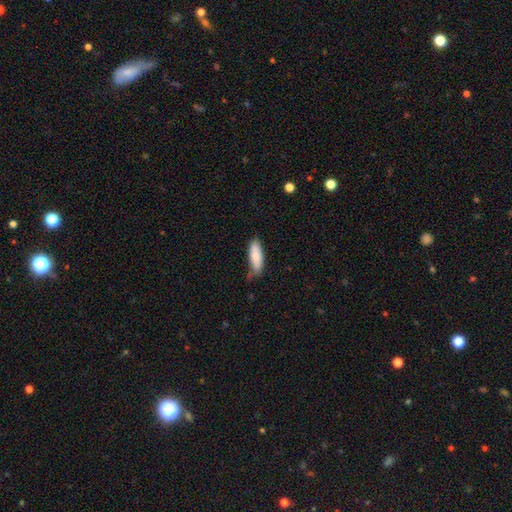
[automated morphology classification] This is clearly a smooth galaxy (85%). How rounded: likely in between (65%). Merging: possibly none (59%).